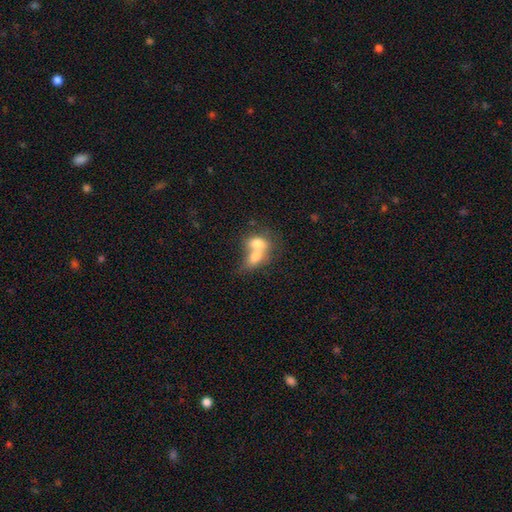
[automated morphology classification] Q: Smooth or featured?
A: smooth (72%); runner-up: featured or disk (21%)
Q: How rounded?
A: in between (74%); runner-up: round (23%)
Q: Merging?
A: merger (76%); runner-up: none (14%)